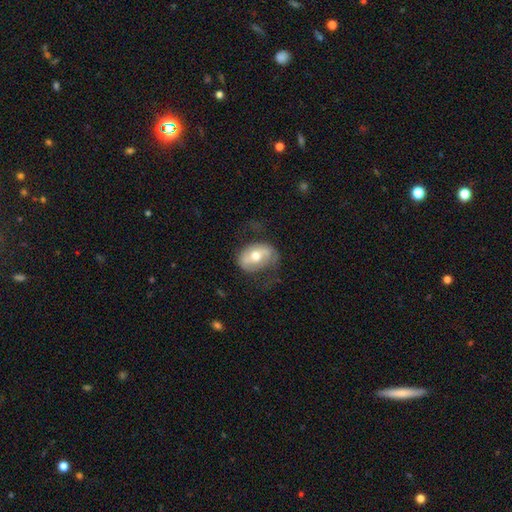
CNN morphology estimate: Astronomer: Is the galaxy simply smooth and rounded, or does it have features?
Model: featured or disk — 50% (runner-up: smooth, 44%).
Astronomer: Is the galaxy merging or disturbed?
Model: none — 57%.